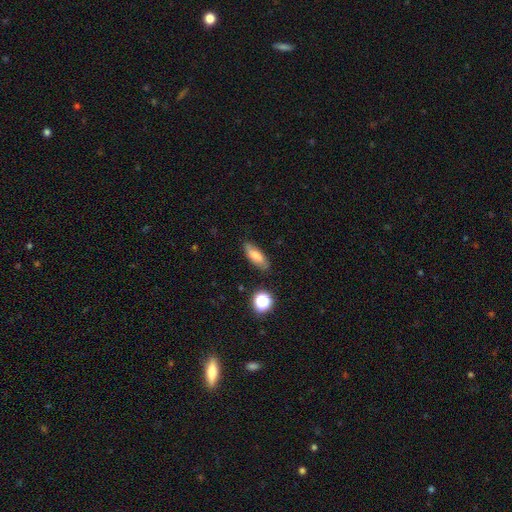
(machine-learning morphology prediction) Smooth or featured? smooth (74%)
How rounded? in between (69%)
Merging? none (82%)